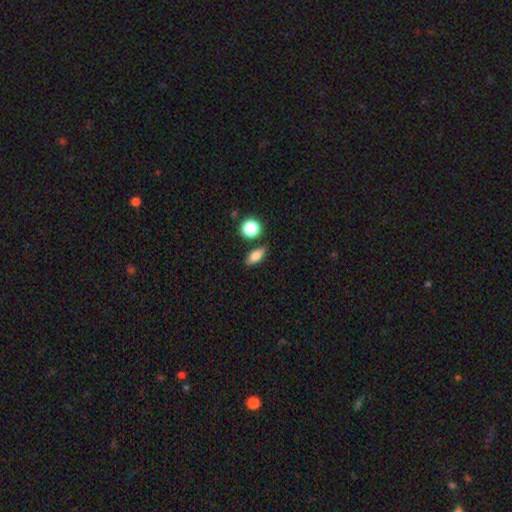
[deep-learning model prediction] The model was most divided on "how rounded": in between: 69%, cigar-shaped: 16%, round: 14%. More confident: merging — none (80%); smooth or featured — smooth (77%).